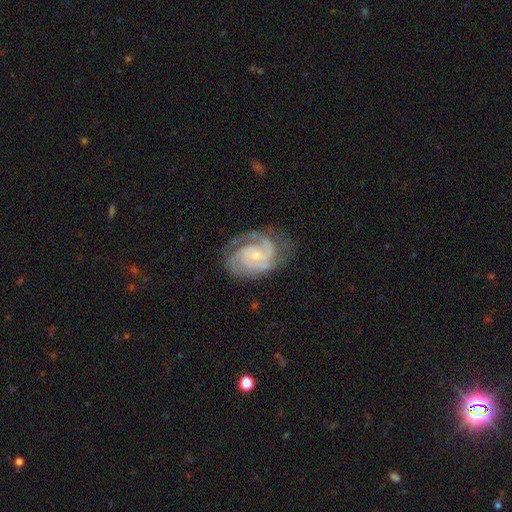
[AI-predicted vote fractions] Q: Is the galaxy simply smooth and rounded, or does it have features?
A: featured or disk — 87%.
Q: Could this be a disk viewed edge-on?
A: no — 98%.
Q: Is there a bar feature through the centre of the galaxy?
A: no — 64%.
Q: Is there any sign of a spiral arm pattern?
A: yes — 97%.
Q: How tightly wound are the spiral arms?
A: tight — 55%.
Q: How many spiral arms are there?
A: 2 — 54%.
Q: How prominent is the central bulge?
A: small — 71%.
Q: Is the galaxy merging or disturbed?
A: none — 67%.